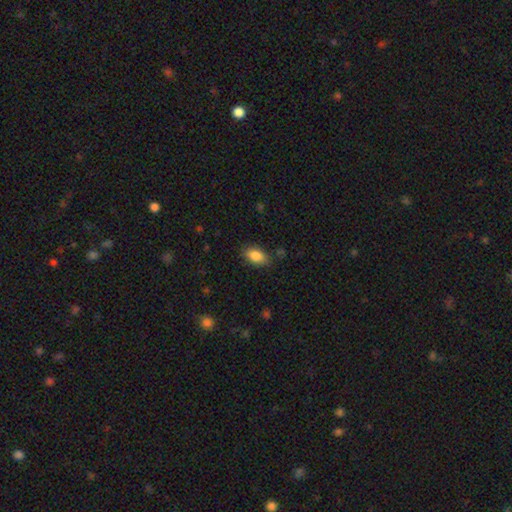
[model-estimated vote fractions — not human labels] Morphology: type=smooth (86%); roundness=in between (90%); merging=none (81%).